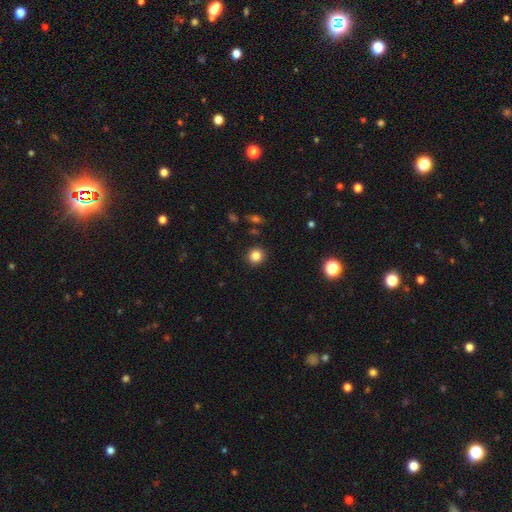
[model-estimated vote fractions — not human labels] This is clearly a smooth galaxy (84%). How rounded: clearly round (92%). Merging: clearly none (91%).